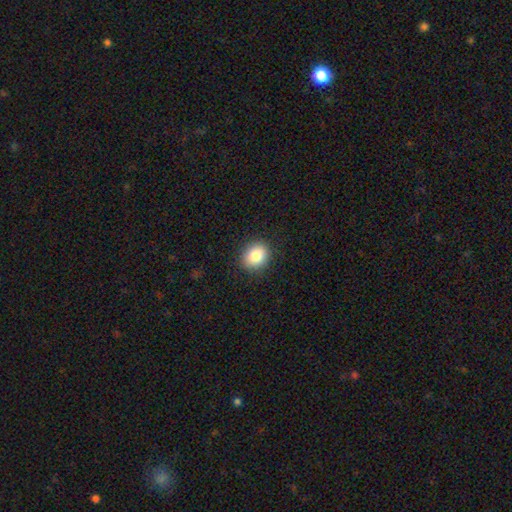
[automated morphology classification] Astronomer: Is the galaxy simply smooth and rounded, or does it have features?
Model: smooth — 84%.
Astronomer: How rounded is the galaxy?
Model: round — 68%.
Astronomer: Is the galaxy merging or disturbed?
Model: none — 89%.